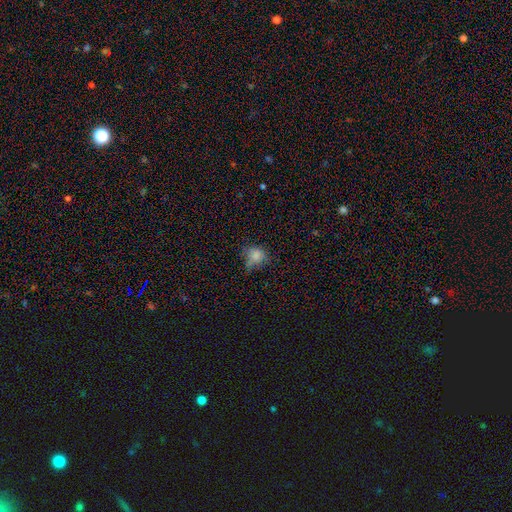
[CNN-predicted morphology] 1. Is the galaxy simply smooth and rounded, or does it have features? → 76% smooth, 15% star or artifact, 9% featured or disk.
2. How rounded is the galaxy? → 65% round, 34% in between, 1% cigar-shaped.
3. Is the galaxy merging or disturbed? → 55% none, 29% minor disturbance, 12% major disturbance, 4% merger.